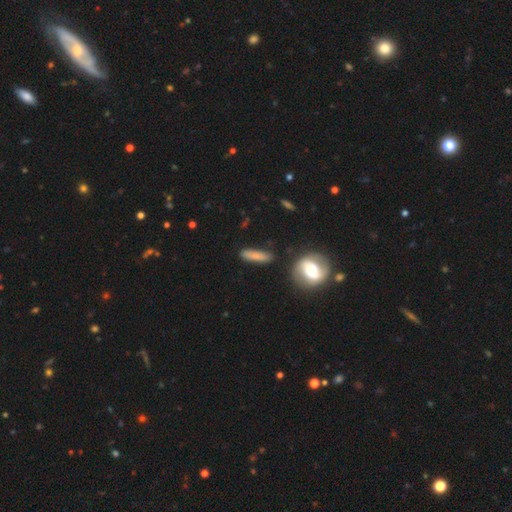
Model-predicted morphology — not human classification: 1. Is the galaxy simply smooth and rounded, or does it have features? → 72% smooth, 21% featured or disk, 8% star or artifact.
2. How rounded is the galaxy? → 72% cigar-shaped, 24% in between, 4% round.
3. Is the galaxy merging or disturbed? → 79% none, 13% minor disturbance, 4% merger, 3% major disturbance.